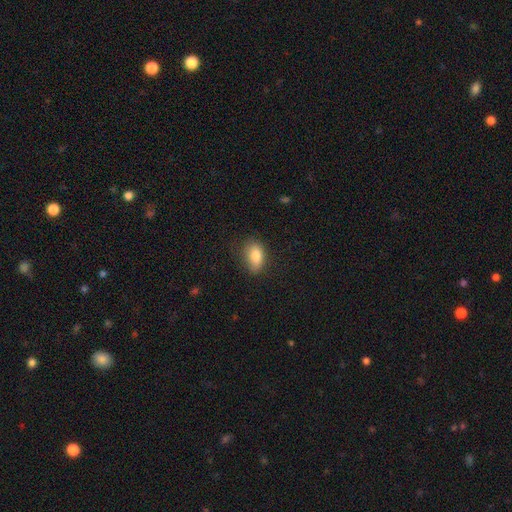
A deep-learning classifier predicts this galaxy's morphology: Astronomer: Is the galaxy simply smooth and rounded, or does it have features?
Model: smooth — 83%.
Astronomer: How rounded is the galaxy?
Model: in between — 88%.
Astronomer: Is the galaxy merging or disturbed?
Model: none — 73%.